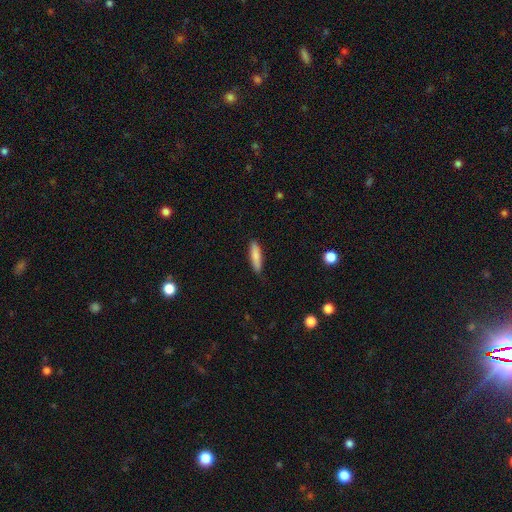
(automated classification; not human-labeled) Q: Smooth or featured?
A: smooth (81%); runner-up: featured or disk (13%)
Q: How rounded?
A: cigar-shaped (76%); runner-up: in between (22%)
Q: Merging?
A: none (87%); runner-up: minor disturbance (10%)